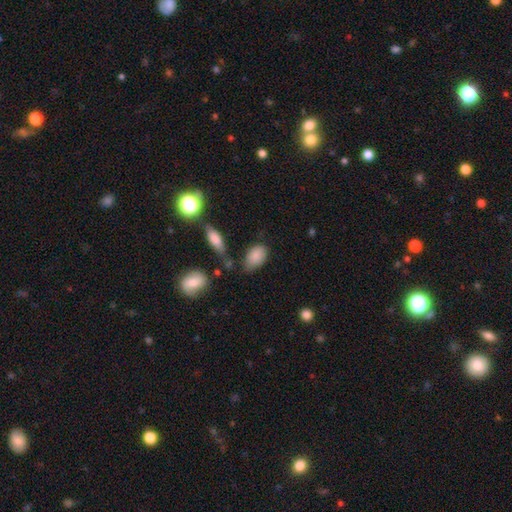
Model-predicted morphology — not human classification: Smooth or featured? smooth (85%)
How rounded? in between (91%)
Merging? none (61%)